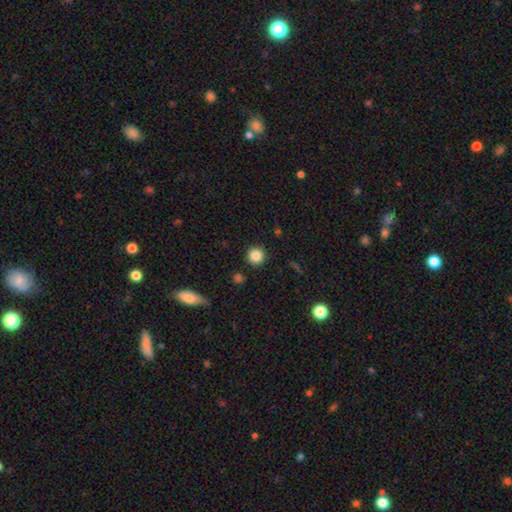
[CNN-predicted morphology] A smooth galaxy with no disk features (84%) that is round (94%). Merging: none (90%).